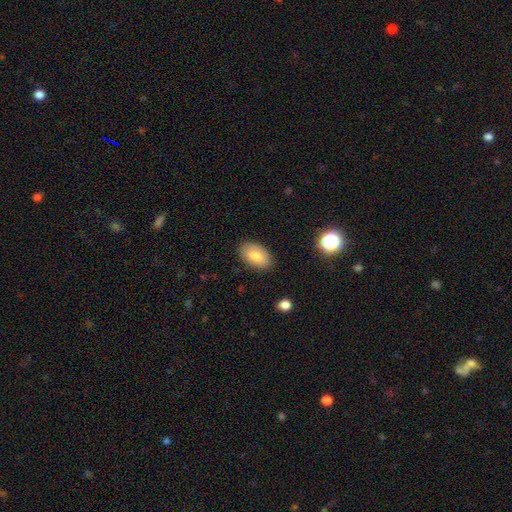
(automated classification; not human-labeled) Smooth or featured?
  - smooth: 80% *
  - featured or disk: 12%
  - star or artifact: 8%
How rounded?
  - in between: 93% *
  - round: 5%
  - cigar-shaped: 2%
Merging?
  - none: 87% *
  - minor disturbance: 10%
  - major disturbance: 2%
  - merger: 1%